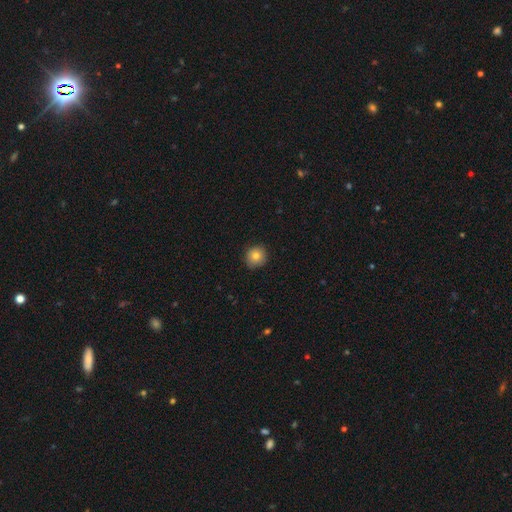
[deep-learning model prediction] Morphology: type=smooth (80%); roundness=round (92%); merging=none (87%).